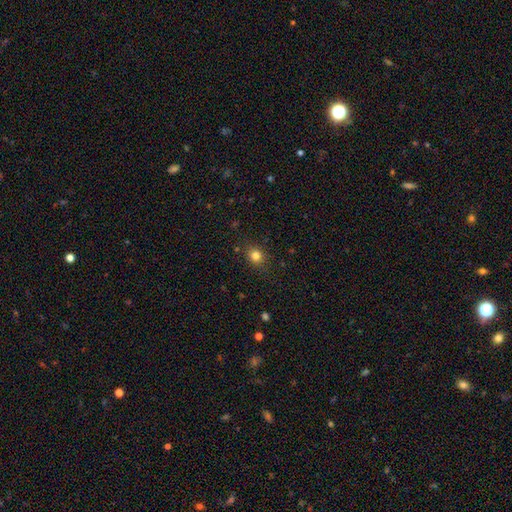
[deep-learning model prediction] Smooth or featured? smooth (81%)
How rounded? round (74%)
Merging? none (86%)